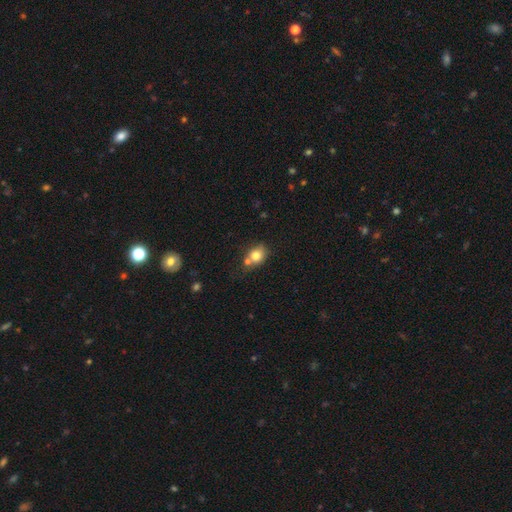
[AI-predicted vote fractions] A smooth galaxy with no disk features (78%) that is round (58%).

Vote fractions:
- Smooth or featured? smooth: 78% / featured or disk: 12% / star or artifact: 10%
- How rounded? round: 58% / in between: 41% / cigar-shaped: 1%
- Merging? none: 50% / merger: 30% / minor disturbance: 15% / major disturbance: 5%